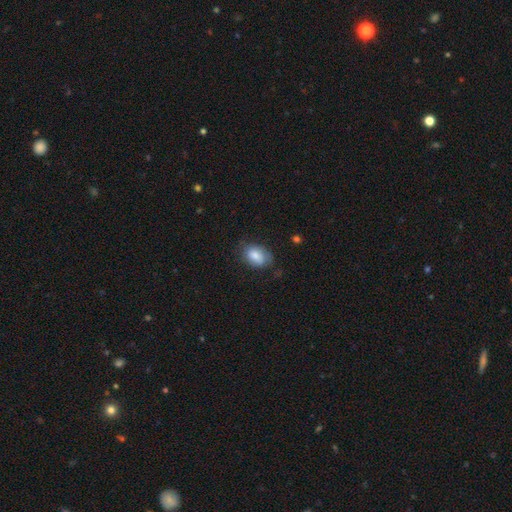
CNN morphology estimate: type=smooth (80%); roundness=in between (84%); merging=none (65%).